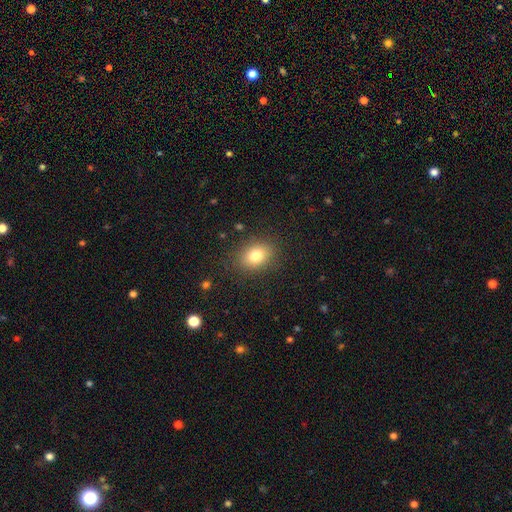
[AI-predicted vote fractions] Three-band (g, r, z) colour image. It shows a smooth galaxy with no disk features (80%) that is in between round and cigar-shaped (61%). Merging: none (85%).